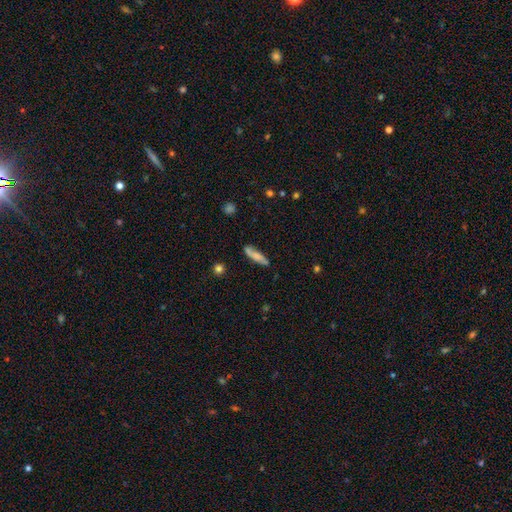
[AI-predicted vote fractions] Smooth or featured?
  - smooth: 60% *
  - featured or disk: 33%
  - star or artifact: 7%
How rounded?
  - cigar-shaped: 69% *
  - in between: 28%
  - round: 3%
Merging?
  - none: 68% *
  - minor disturbance: 21%
  - major disturbance: 6%
  - merger: 5%